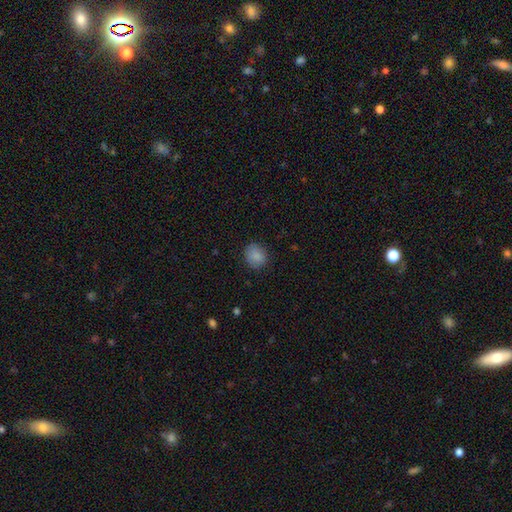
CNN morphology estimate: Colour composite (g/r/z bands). It shows a smooth galaxy with no disk features (86%) that is round (70%). Merging: none (81%).